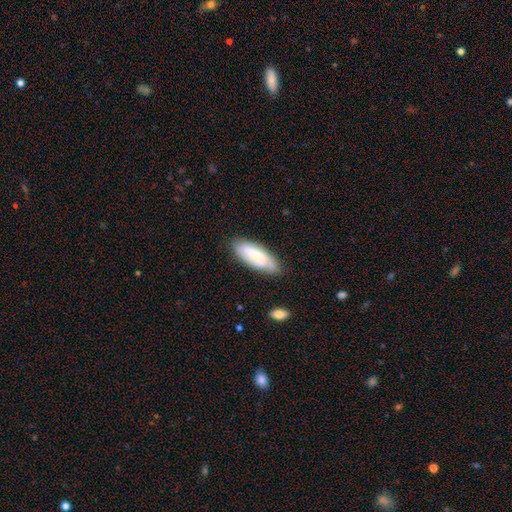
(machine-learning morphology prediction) Smooth or featured: smooth — 62% (featured or disk — 31%)
How rounded: in between — 70% (cigar-shaped — 28%)
Merging: none — 75% (minor disturbance — 19%)